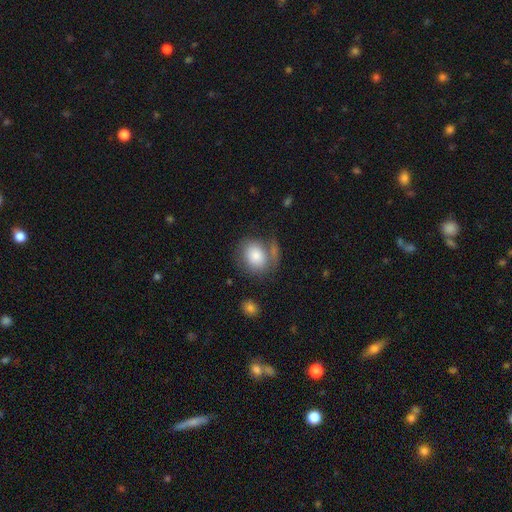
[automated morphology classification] Smooth or featured?
  - smooth: 79% *
  - featured or disk: 14%
  - star or artifact: 7%
How rounded?
  - round: 60% *
  - in between: 39%
  - cigar-shaped: 1%
Merging?
  - none: 52% *
  - minor disturbance: 21%
  - merger: 14%
  - major disturbance: 14%